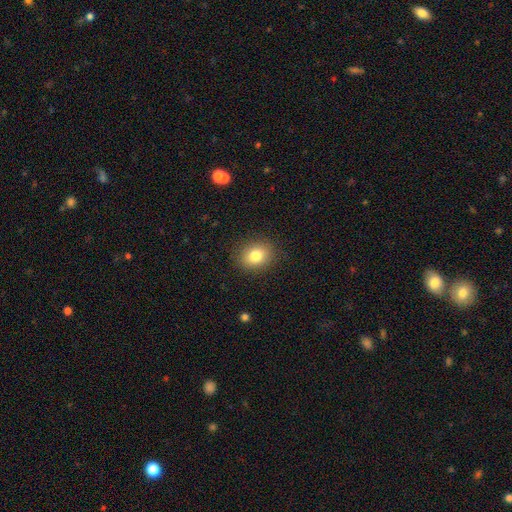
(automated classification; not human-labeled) Smooth or featured? Predicted: smooth (p=0.81). How rounded? Predicted: round (p=0.57). Merging? Predicted: none (p=0.88).